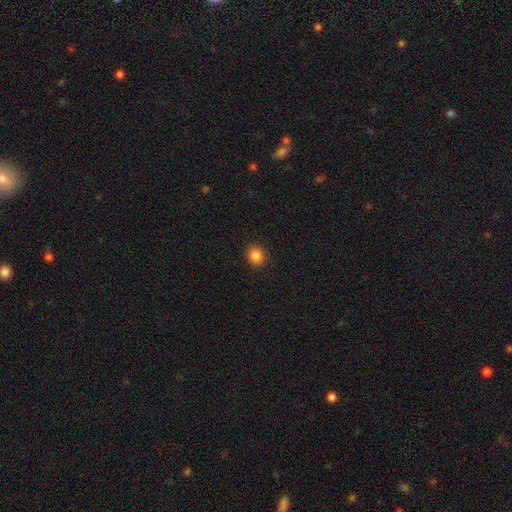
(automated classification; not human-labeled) smooth_or_featured: smooth (p=0.85) [alt: star or artifact p=0.11]
how_rounded: round (p=0.84) [alt: in between p=0.16]
merging: none (p=0.91) [alt: minor disturbance p=0.06]